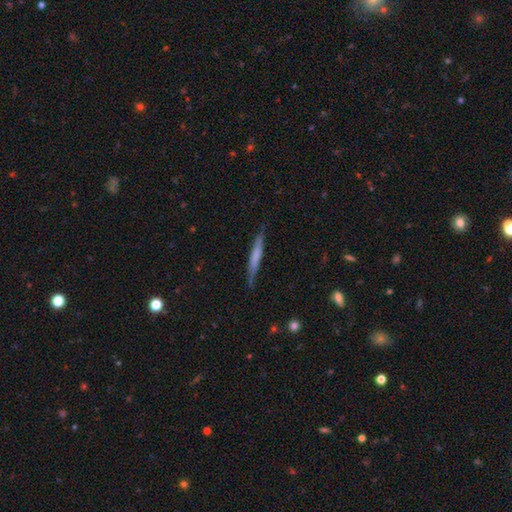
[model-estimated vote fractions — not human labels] This is possibly a smooth galaxy (53%). How rounded: clearly cigar-shaped (95%). Merging: clearly none (81%).